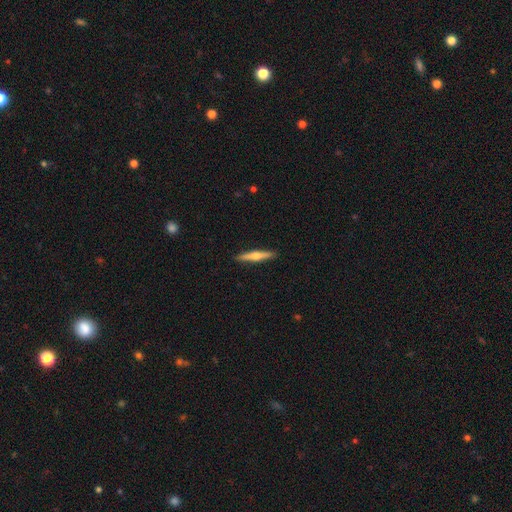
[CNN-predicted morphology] Smooth or featured: featured or disk — 55% (smooth — 39%)
Edge-on disk: yes — 97% (no — 3%)
Edge-on bulge: rounded — 89% (none — 6%)
Merging: none — 92% (minor disturbance — 6%)